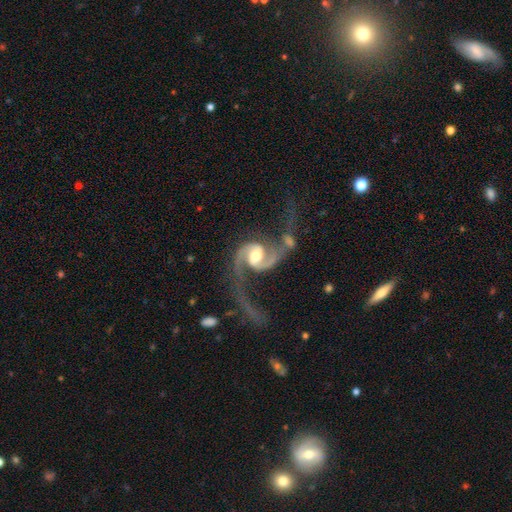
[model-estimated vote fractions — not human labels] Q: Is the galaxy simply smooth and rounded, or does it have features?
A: featured or disk — 92%.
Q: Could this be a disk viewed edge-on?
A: no — 98%.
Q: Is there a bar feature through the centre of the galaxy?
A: weak — 46%.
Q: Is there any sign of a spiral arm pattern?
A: yes — 98%.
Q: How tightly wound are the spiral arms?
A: loose — 49%.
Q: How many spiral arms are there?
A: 2 — 93%.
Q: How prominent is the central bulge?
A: moderate — 64%.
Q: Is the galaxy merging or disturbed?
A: none — 34%.